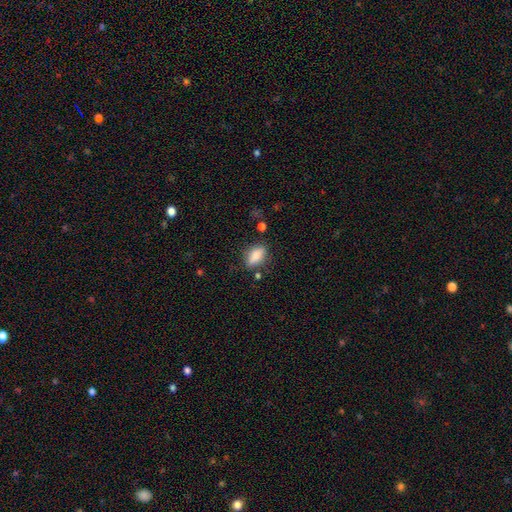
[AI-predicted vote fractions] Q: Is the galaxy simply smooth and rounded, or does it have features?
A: smooth — 80%.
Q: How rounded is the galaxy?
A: in between — 83%.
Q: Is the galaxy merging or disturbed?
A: none — 76%.